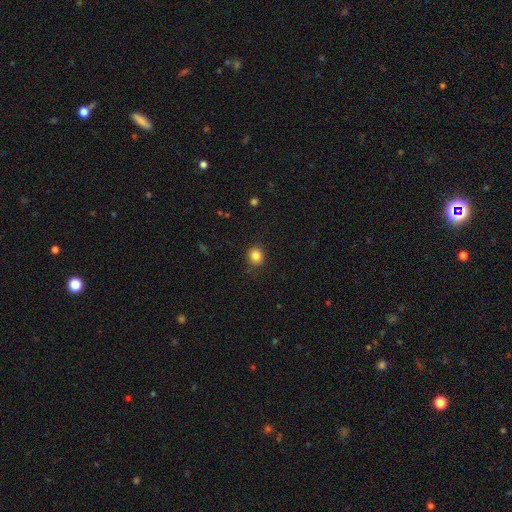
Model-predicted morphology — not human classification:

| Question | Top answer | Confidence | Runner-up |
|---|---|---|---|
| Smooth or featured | smooth | 85% | star or artifact (11%) |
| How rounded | round | 83% | in between (17%) |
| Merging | none | 88% | minor disturbance (9%) |